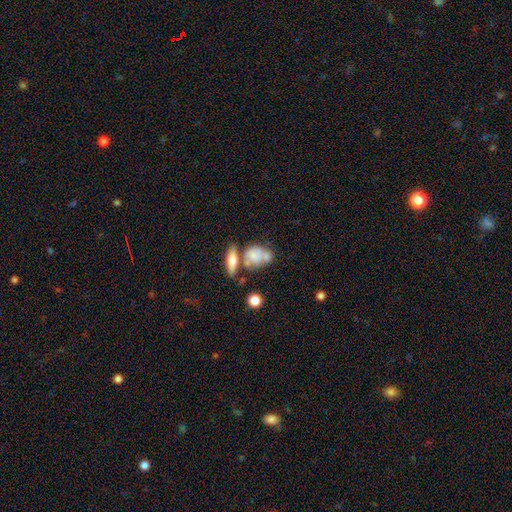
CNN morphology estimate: Smooth or featured?
  - smooth: 67% *
  - featured or disk: 24%
  - star or artifact: 8%
How rounded?
  - in between: 59% *
  - round: 36%
  - cigar-shaped: 5%
Merging?
  - merger: 43% *
  - none: 33%
  - minor disturbance: 16%
  - major disturbance: 8%